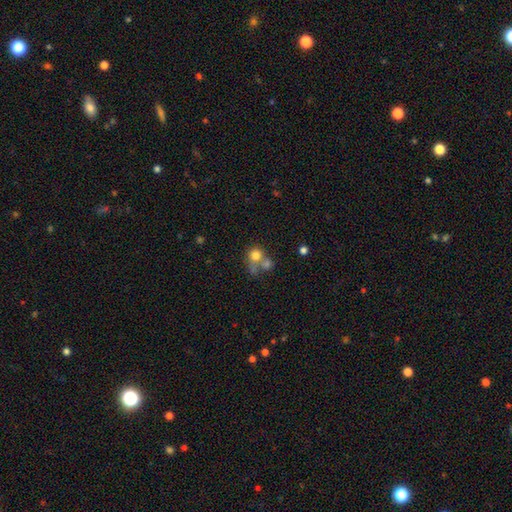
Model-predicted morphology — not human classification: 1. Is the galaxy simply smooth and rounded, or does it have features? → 75% smooth, 14% featured or disk, 12% star or artifact.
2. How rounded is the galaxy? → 82% round, 17% in between, 1% cigar-shaped.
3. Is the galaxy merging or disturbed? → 49% merger, 33% none, 10% minor disturbance, 9% major disturbance.